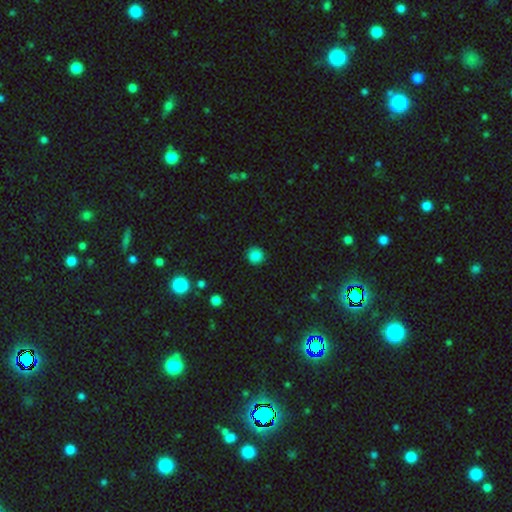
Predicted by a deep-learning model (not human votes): Smooth or featured?
  - smooth: 85% *
  - star or artifact: 11%
  - featured or disk: 4%
How rounded?
  - round: 93% *
  - in between: 6%
  - cigar-shaped: 1%
Merging?
  - none: 90% *
  - minor disturbance: 7%
  - major disturbance: 2%
  - merger: 1%